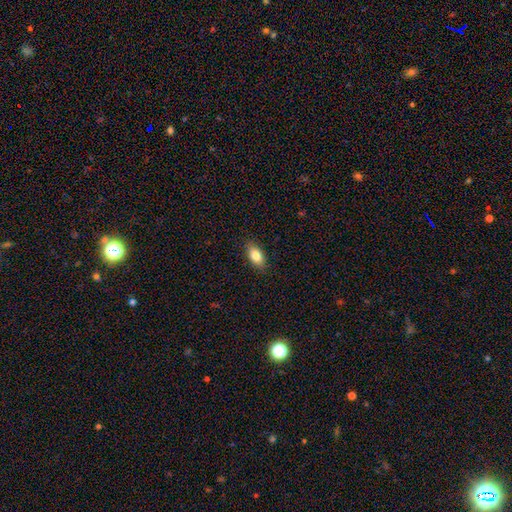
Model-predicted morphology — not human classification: Smooth or featured: smooth — 82% (featured or disk — 11%)
How rounded: in between — 89% (cigar-shaped — 7%)
Merging: none — 87% (minor disturbance — 10%)